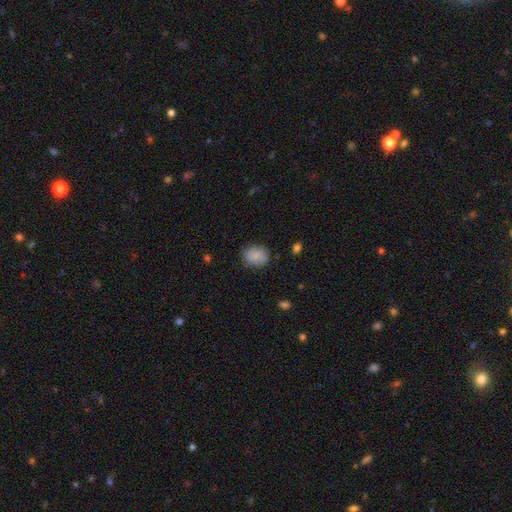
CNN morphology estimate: Smooth or featured: smooth — 79% (featured or disk — 14%)
How rounded: round — 56% (in between — 43%)
Merging: none — 81% (minor disturbance — 14%)